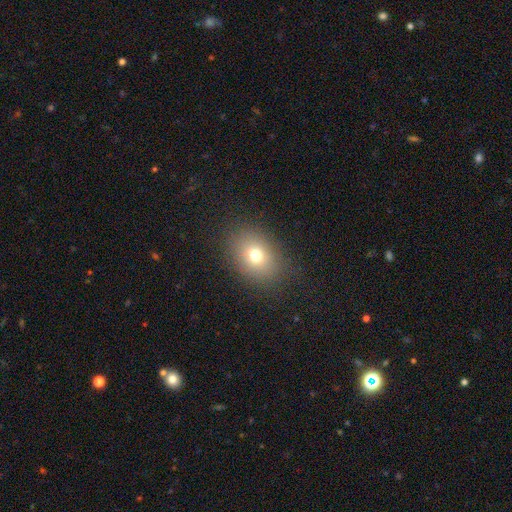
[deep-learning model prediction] A smooth galaxy with no disk features (73%) that is in between round and cigar-shaped (63%). Merging: none (84%).